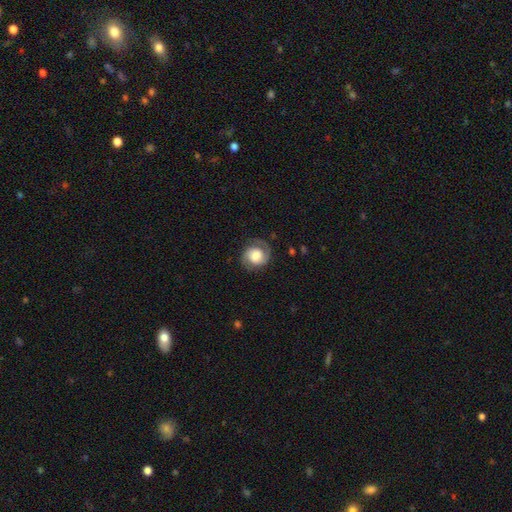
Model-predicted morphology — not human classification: The model was most divided on "spiral winding": tight: 43%, medium: 42%, loose: 15%. Remaining: edge-on disk — no (98%); spiral arms — yes (93%); spiral arm count — 2 (82%); merging — none (75%); smooth or featured — featured or disk (70%); bar — no (61%); bulge size — large (46%).